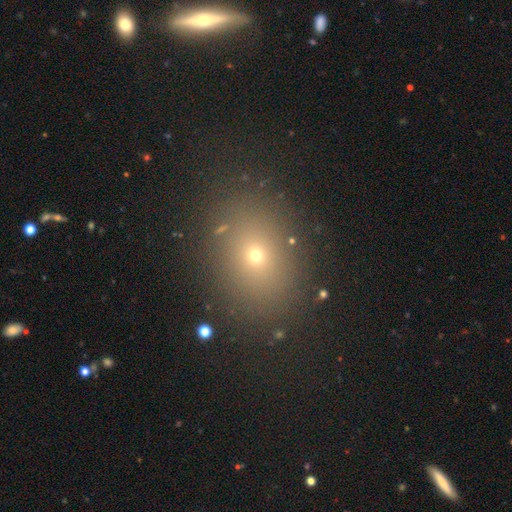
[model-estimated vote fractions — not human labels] A smooth galaxy with no disk features (64%) that is in between round and cigar-shaped (51%).

Vote fractions:
- Smooth or featured? smooth: 64% / star or artifact: 24% / featured or disk: 12%
- How rounded? in between: 51% / round: 48% / cigar-shaped: 1%
- Merging? none: 86% / minor disturbance: 8% / major disturbance: 4% / merger: 2%